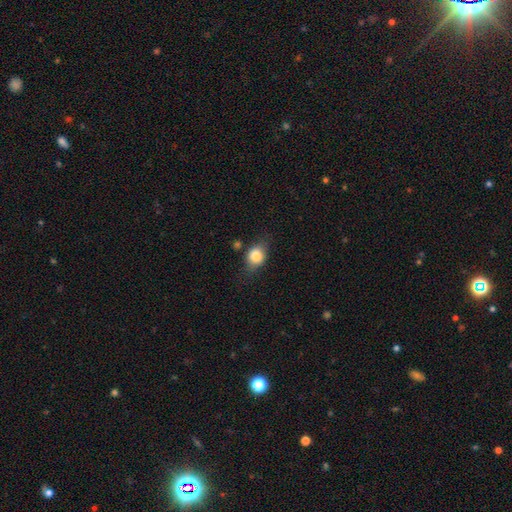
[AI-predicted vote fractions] A smooth galaxy with no disk features (79%) that is in between round and cigar-shaped (51%).

Vote fractions:
- Smooth or featured? smooth: 79% / featured or disk: 12% / star or artifact: 9%
- How rounded? in between: 51% / round: 47% / cigar-shaped: 2%
- Merging? none: 68% / minor disturbance: 21% / major disturbance: 6% / merger: 4%